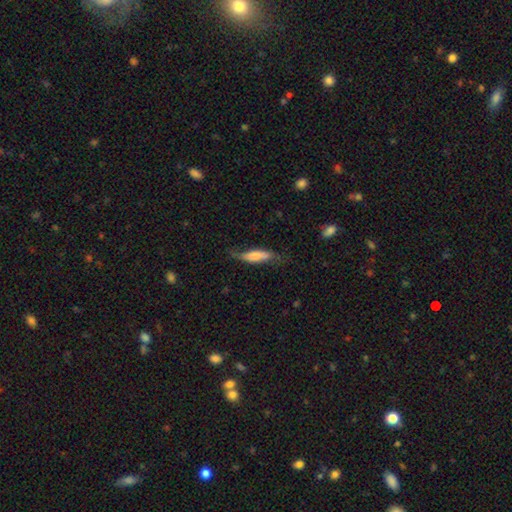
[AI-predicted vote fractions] A smooth galaxy with no disk features (60%) that is cigar-shaped (60%).

Vote fractions:
- Smooth or featured? smooth: 60% / featured or disk: 33% / star or artifact: 6%
- How rounded? cigar-shaped: 60% / in between: 38% / round: 2%
- Merging? none: 54% / minor disturbance: 29% / major disturbance: 14% / merger: 2%